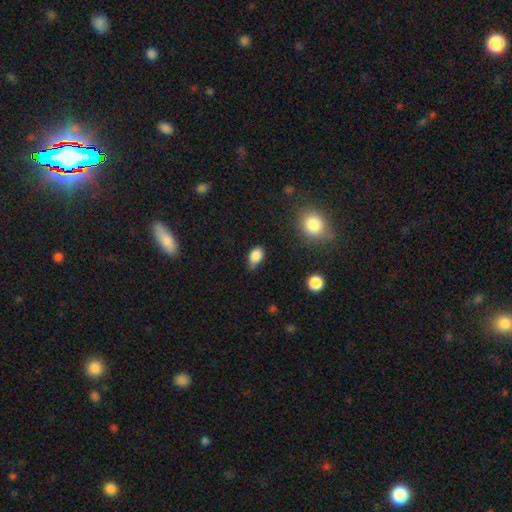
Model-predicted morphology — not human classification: smooth_or_featured: smooth (p=0.85) [alt: star or artifact p=0.09]
how_rounded: in between (p=0.88) [alt: round p=0.10]
merging: none (p=0.66) [alt: minor disturbance p=0.28]